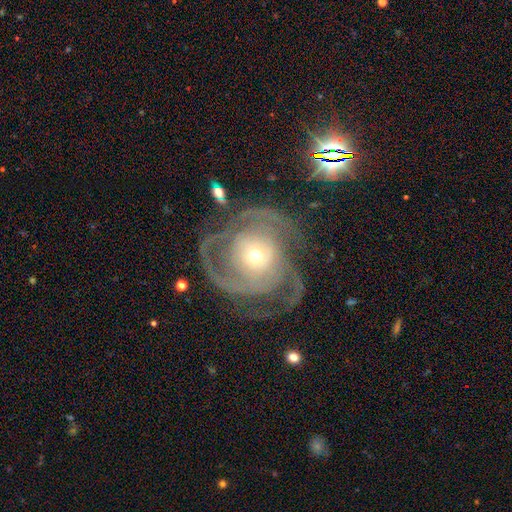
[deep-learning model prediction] The model was most divided on "spiral arm count": 2: 31%, can't tell: 25%, 3: 23%, 4: 8%, 1: 7%, more than 4: 6%. More confident: edge-on disk — no (97%); spiral arms — yes (91%); smooth or featured — featured or disk (85%); bar — no (77%); merging — none (59%); bulge size — small (56%); spiral winding — tight (55%).